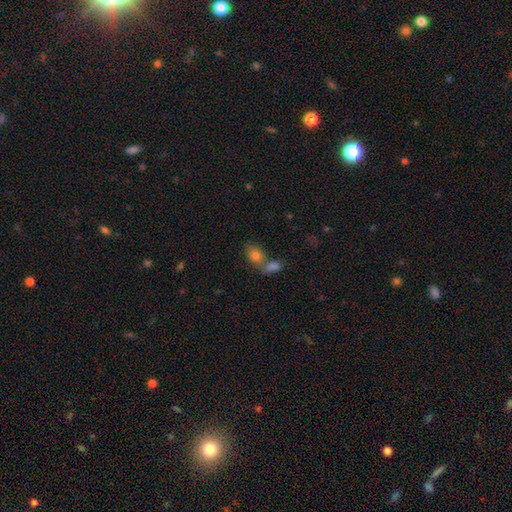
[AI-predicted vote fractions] Overall: smooth (79%). How rounded: in between (78%). Merging: none (45%; merger 41%).